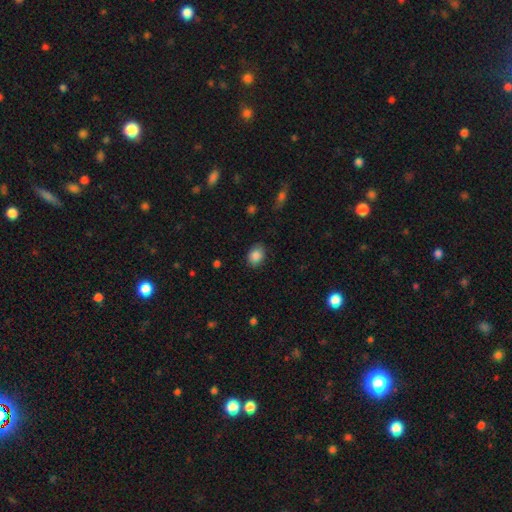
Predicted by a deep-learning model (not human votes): Q: Smooth or featured?
A: smooth (87%); runner-up: star or artifact (8%)
Q: How rounded?
A: in between (63%); runner-up: round (36%)
Q: Merging?
A: none (84%); runner-up: minor disturbance (12%)